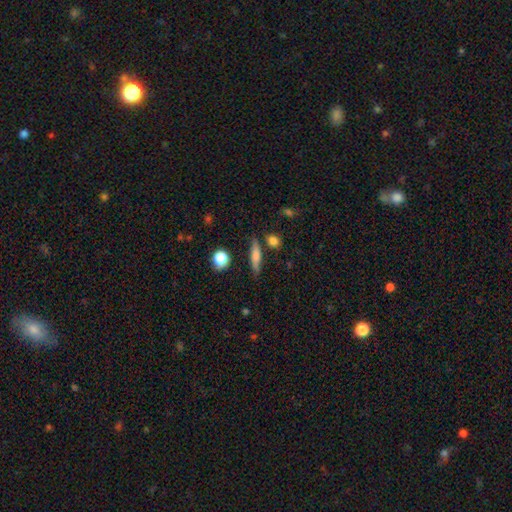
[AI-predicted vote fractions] Q: Smooth or featured?
A: smooth (68%); runner-up: featured or disk (24%)
Q: How rounded?
A: cigar-shaped (74%); runner-up: in between (21%)
Q: Merging?
A: none (77%); runner-up: minor disturbance (15%)